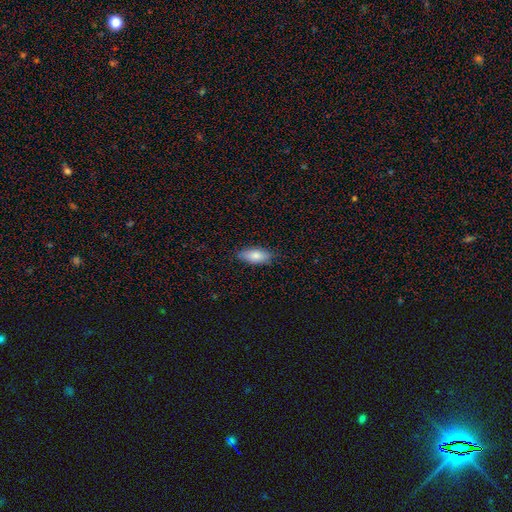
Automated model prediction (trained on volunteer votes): smooth-or-featured: smooth: 81% | featured or disk: 12% | star or artifact: 7%
  how-rounded: in between: 84% | cigar-shaped: 13% | round: 2%
  merging: none: 82% | minor disturbance: 14% | major disturbance: 2% | merger: 1%